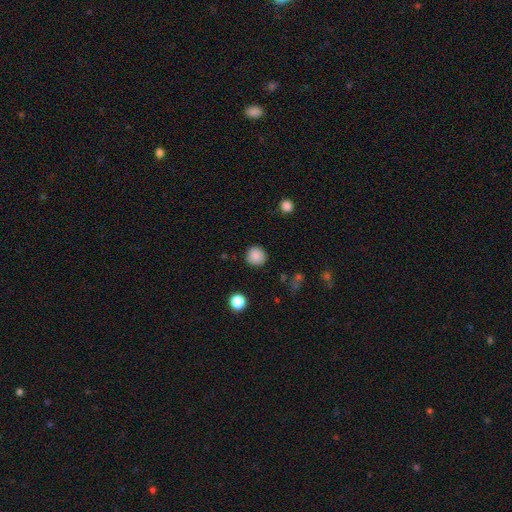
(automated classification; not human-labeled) Smooth or featured?
  - smooth: 87% *
  - star or artifact: 10%
  - featured or disk: 4%
How rounded?
  - round: 93% *
  - in between: 6%
  - cigar-shaped: 1%
Merging?
  - none: 89% *
  - minor disturbance: 7%
  - major disturbance: 2%
  - merger: 1%